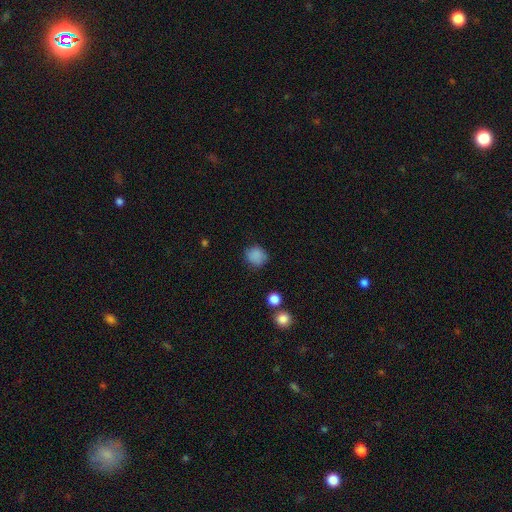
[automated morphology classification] Smooth or featured: smooth — 85% (star or artifact — 10%)
How rounded: round — 84% (in between — 15%)
Merging: none — 80% (minor disturbance — 14%)